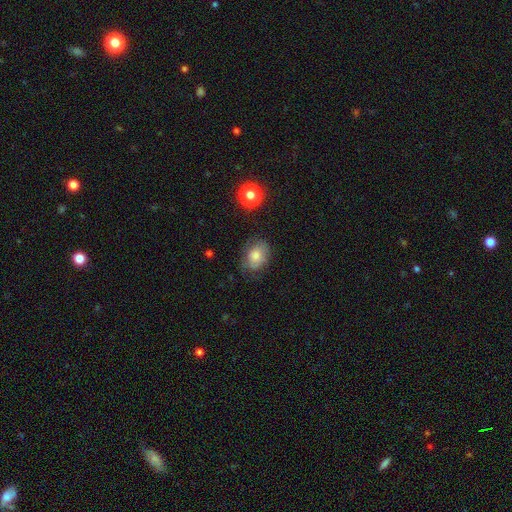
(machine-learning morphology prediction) Smooth or featured? Predicted: smooth (p=0.68). How rounded? Predicted: in between (p=0.61). Merging? Predicted: none (p=0.65).